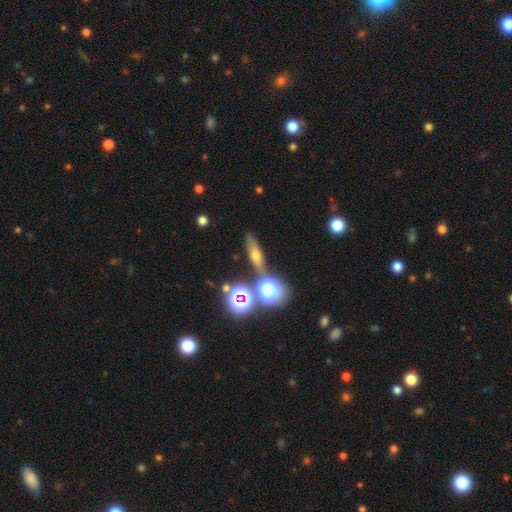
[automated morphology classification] Q: Smooth or featured?
A: smooth (41%); runner-up: featured or disk (33%)
Q: Merging?
A: none (76%); runner-up: minor disturbance (10%)